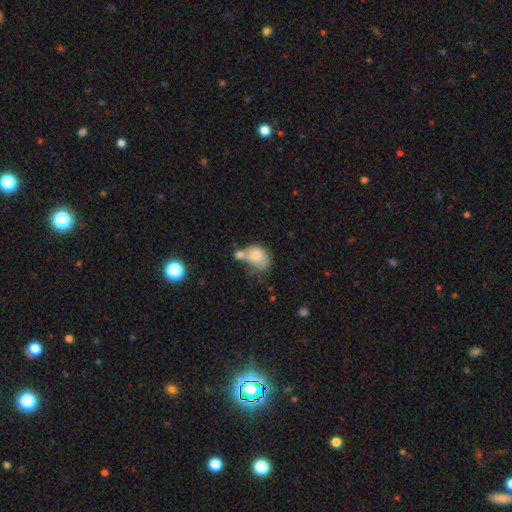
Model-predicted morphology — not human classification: This appears to be a smooth galaxy with no disk features (72%) that is in between round and cigar-shaped (71%). Merging: merger (48%).